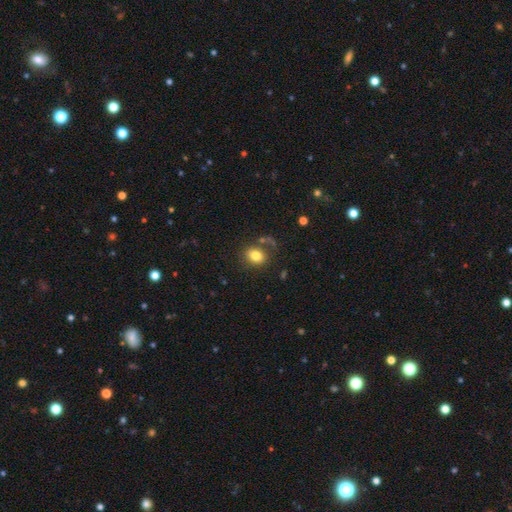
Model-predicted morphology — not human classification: smooth-or-featured: smooth: 80% | star or artifact: 10% | featured or disk: 10%
  how-rounded: in between: 55% | round: 44% | cigar-shaped: 1%
  merging: none: 73% | minor disturbance: 13% | merger: 7% | major disturbance: 6%